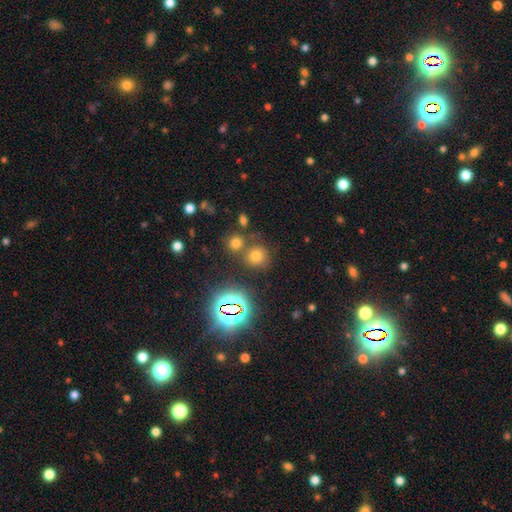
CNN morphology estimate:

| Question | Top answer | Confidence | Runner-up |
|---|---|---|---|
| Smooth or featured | smooth | 63% | star or artifact (29%) |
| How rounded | round | 88% | in between (11%) |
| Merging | none | 71% | merger (16%) |